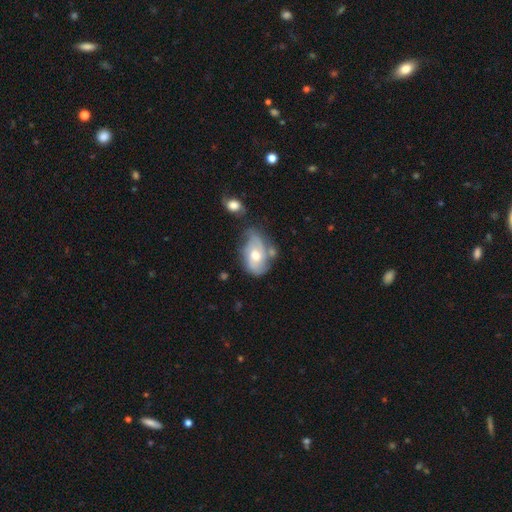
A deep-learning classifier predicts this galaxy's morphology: featured or disk 58%, smooth 35%, star or artifact 7%. Down the decision tree: edge-on disk — no (95%); bar — no (69%); spiral arms — yes (70%); bulge size — moderate (73%); merging — none (36%).